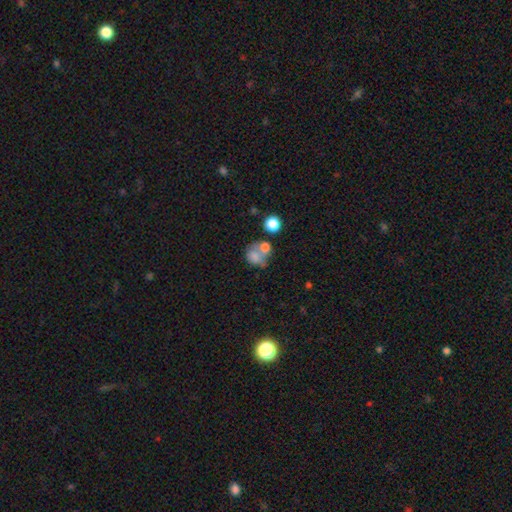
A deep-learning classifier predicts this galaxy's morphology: smooth-or-featured: smooth: 68% | featured or disk: 20% | star or artifact: 12%
  how-rounded: round: 69% | in between: 30% | cigar-shaped: 1%
  merging: merger: 43% | none: 32% | minor disturbance: 14% | major disturbance: 11%